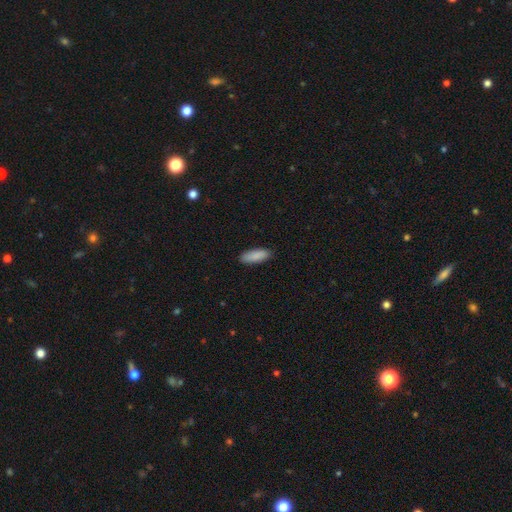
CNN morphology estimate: Q: Smooth or featured?
A: smooth (89%); runner-up: star or artifact (6%)
Q: How rounded?
A: in between (69%); runner-up: cigar-shaped (29%)
Q: Merging?
A: none (89%); runner-up: minor disturbance (9%)